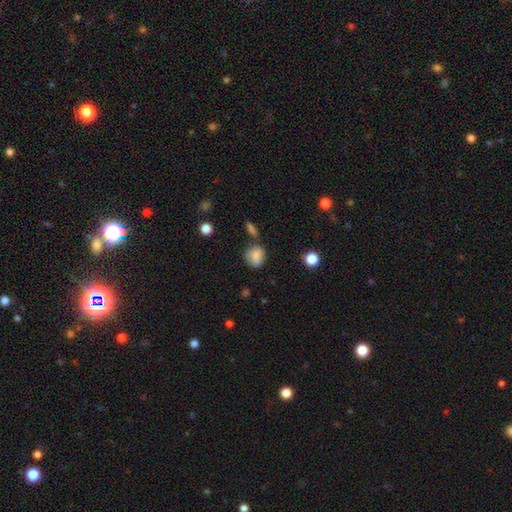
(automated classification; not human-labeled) Smooth or featured? smooth (81%)
How rounded? round (66%)
Merging? none (58%)